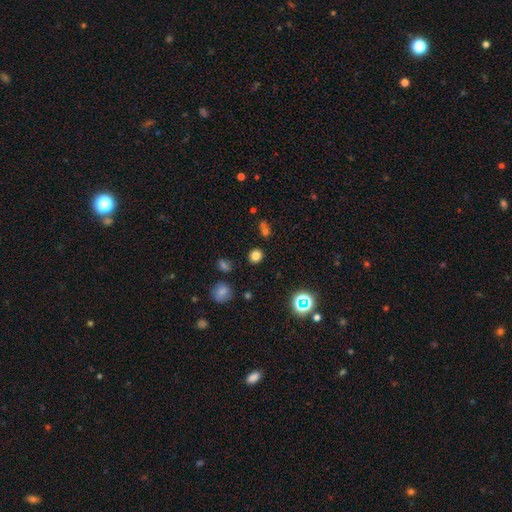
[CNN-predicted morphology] Overall: smooth (77%). How rounded: round (81%). Merging: none (85%).